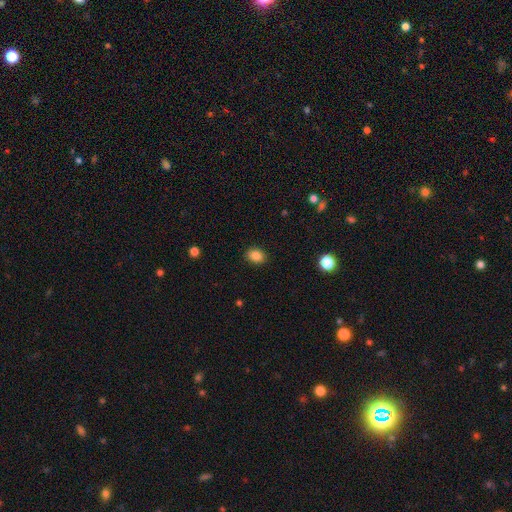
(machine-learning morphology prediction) Smooth or featured?
  - smooth: 87% *
  - star or artifact: 10%
  - featured or disk: 3%
How rounded?
  - in between: 67% *
  - round: 32%
  - cigar-shaped: 1%
Merging?
  - none: 88% *
  - minor disturbance: 8%
  - major disturbance: 2%
  - merger: 1%